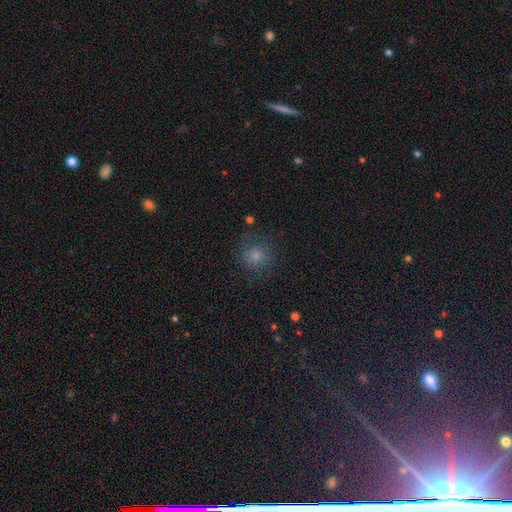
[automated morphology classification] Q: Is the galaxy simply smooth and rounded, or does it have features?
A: smooth — 59%.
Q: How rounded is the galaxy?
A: round — 89%.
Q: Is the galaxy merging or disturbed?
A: none — 78%.